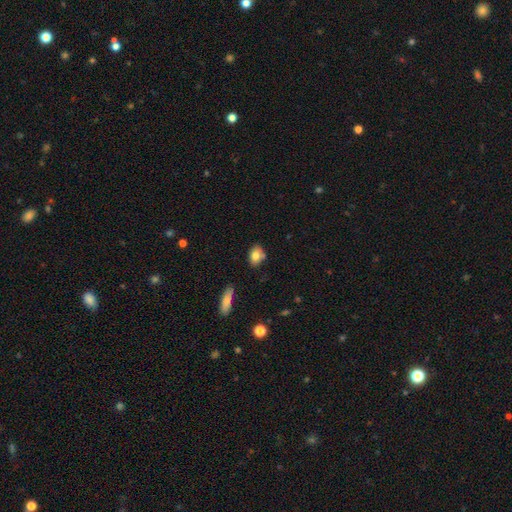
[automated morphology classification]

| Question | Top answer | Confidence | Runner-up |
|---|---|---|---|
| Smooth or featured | smooth | 77% | featured or disk (15%) |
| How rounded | in between | 75% | round (23%) |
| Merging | none | 66% | minor disturbance (17%) |